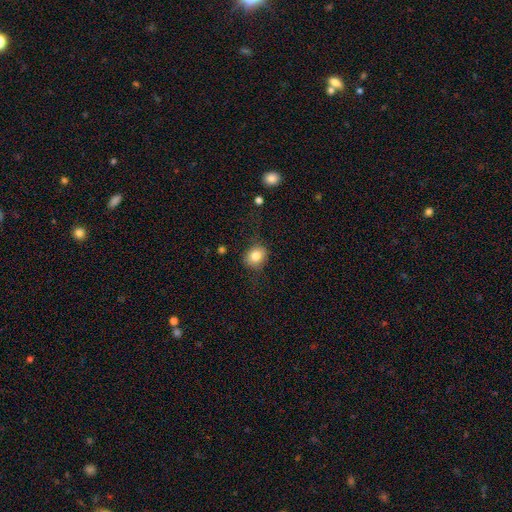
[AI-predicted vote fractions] smooth 82%, star or artifact 9%, featured or disk 9%. Down the decision tree: how rounded — round (61%); merging — none (78%).